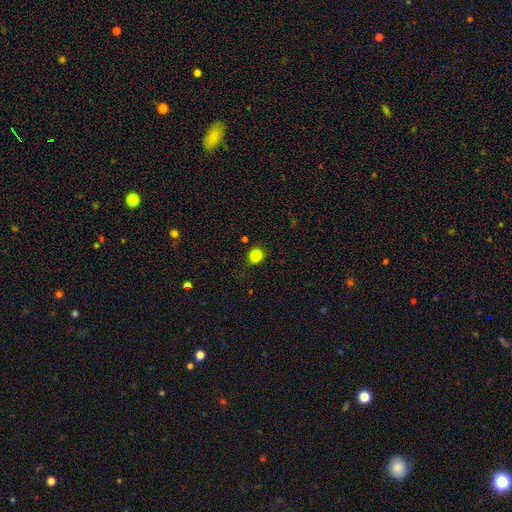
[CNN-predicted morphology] smooth-or-featured: smooth: 84% | star or artifact: 11% | featured or disk: 4%
  how-rounded: round: 80% | in between: 19% | cigar-shaped: 1%
  merging: none: 81% | minor disturbance: 14% | major disturbance: 3% | merger: 2%